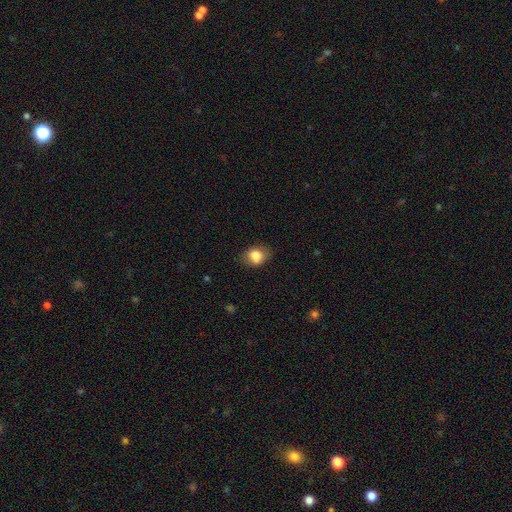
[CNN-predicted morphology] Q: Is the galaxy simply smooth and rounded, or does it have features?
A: smooth — 79%.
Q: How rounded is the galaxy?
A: in between — 64%.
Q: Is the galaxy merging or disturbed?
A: none — 65%.